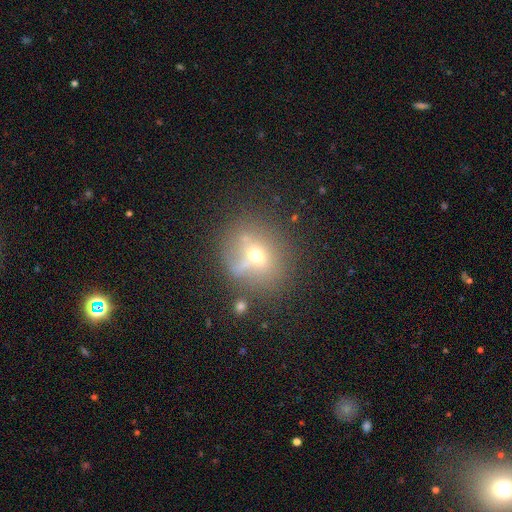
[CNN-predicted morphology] Overall: smooth (50%; featured or disk 31%). How rounded: round (84%). Merging: none (62%).